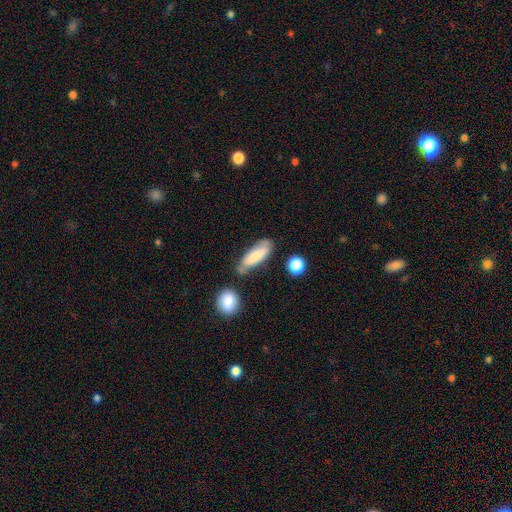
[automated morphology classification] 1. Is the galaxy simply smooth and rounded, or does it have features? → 74% smooth, 19% featured or disk, 7% star or artifact.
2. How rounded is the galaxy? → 54% in between, 43% cigar-shaped, 2% round.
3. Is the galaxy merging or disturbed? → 56% none, 24% minor disturbance, 13% merger, 7% major disturbance.